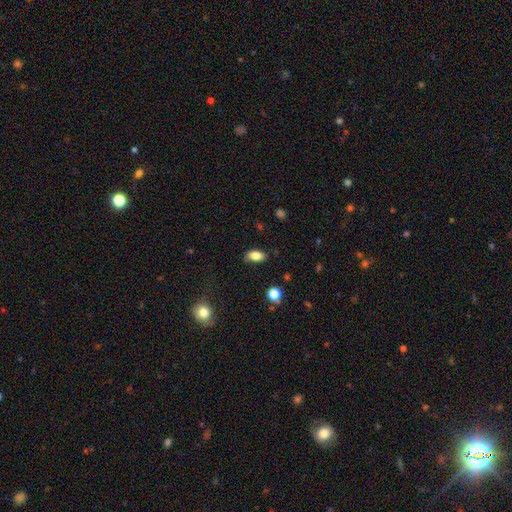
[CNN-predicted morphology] A smooth galaxy with no disk features (84%) that is in between round and cigar-shaped (88%). Merging: none (82%).